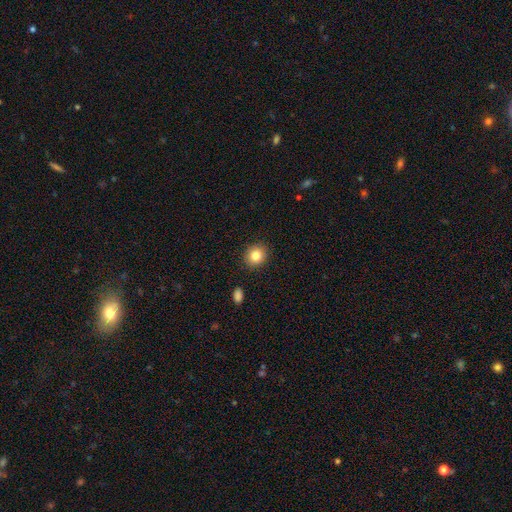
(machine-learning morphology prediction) smooth 84%, star or artifact 10%, featured or disk 7%. Down the decision tree: how rounded — round (80%); merging — none (89%).